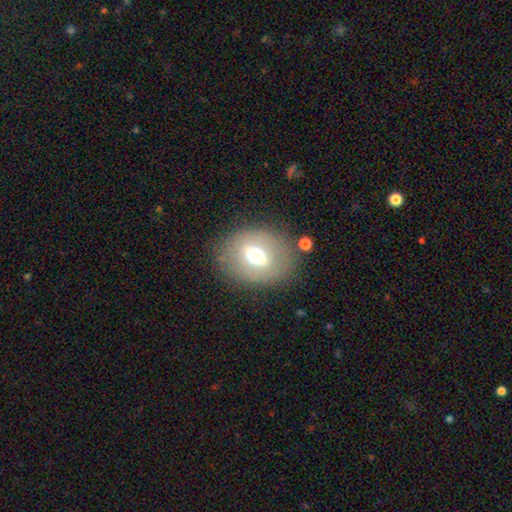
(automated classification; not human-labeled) smooth-or-featured: smooth: 52% | featured or disk: 36% | star or artifact: 11%
  how-rounded: in between: 53% | round: 46% | cigar-shaped: 1%
  merging: none: 78% | minor disturbance: 12% | major disturbance: 6% | merger: 3%